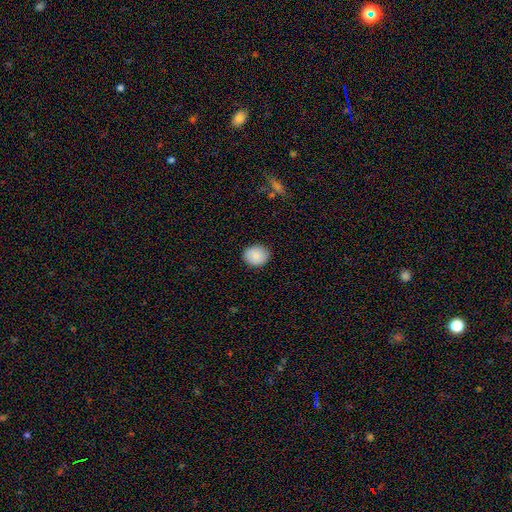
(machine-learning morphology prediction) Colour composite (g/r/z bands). It shows a smooth galaxy with no disk features (89%) that is round (62%). Merging: none (88%).